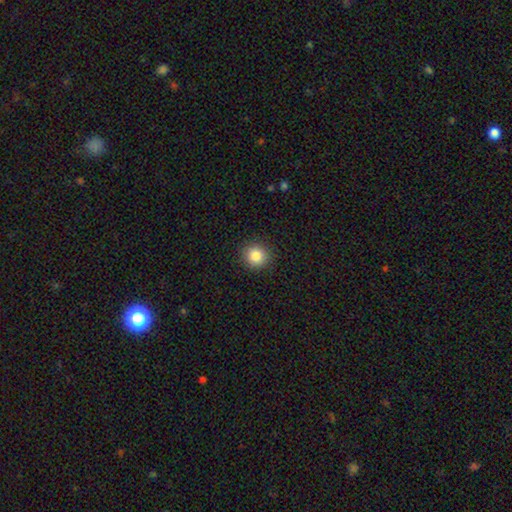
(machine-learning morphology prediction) Smooth or featured?
  - smooth: 85% *
  - star or artifact: 10%
  - featured or disk: 5%
How rounded?
  - round: 91% *
  - in between: 8%
  - cigar-shaped: 1%
Merging?
  - none: 91% *
  - minor disturbance: 6%
  - major disturbance: 2%
  - merger: 1%